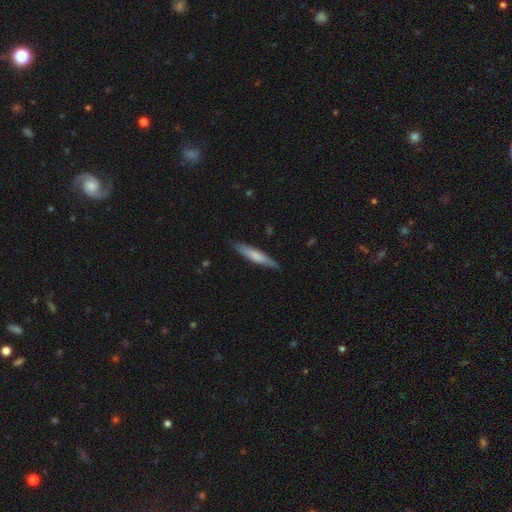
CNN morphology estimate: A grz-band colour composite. It shows a smooth galaxy with no disk features (66%) that is cigar-shaped (88%). Merging: none (86%).